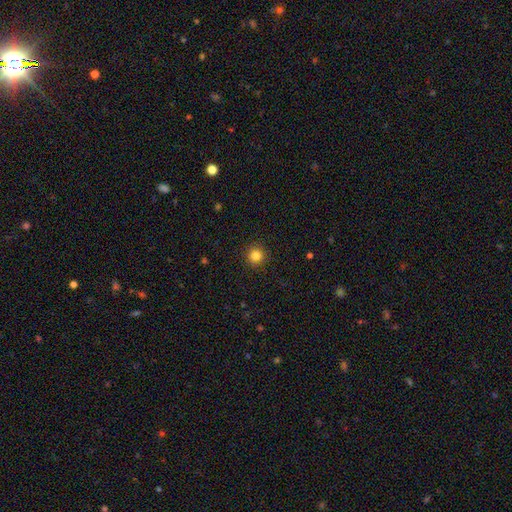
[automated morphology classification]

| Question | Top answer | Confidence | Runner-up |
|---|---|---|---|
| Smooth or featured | smooth | 83% | star or artifact (12%) |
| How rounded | round | 95% | in between (4%) |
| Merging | none | 92% | minor disturbance (5%) |